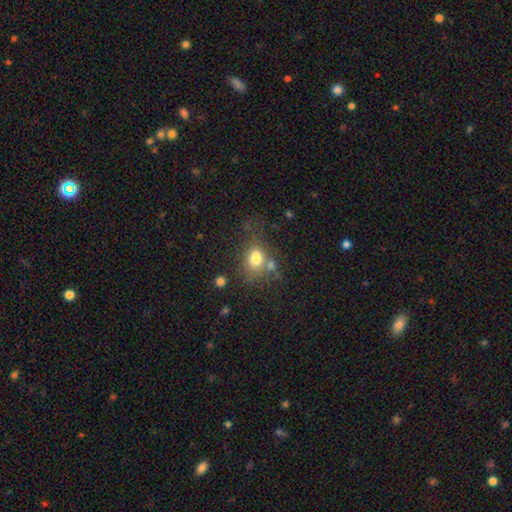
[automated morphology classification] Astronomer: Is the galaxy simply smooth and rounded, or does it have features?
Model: smooth — 76%.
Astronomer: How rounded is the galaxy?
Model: in between — 56% (runner-up: round, 43%).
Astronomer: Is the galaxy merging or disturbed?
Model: none — 49%.